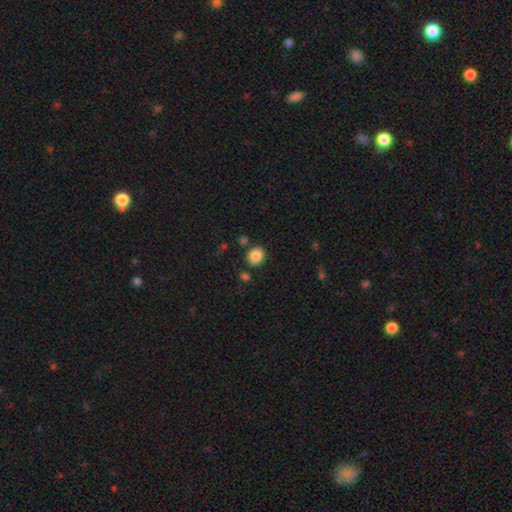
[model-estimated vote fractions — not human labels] smooth_or_featured: smooth (p=0.86) [alt: star or artifact p=0.10]
how_rounded: round (p=0.78) [alt: in between p=0.21]
merging: none (p=0.83) [alt: minor disturbance p=0.09]